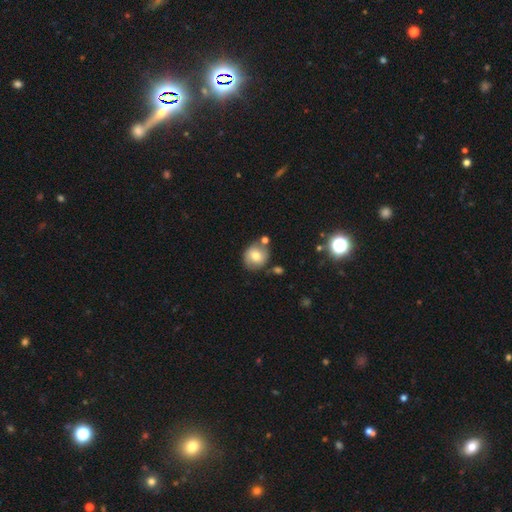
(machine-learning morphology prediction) Smooth or featured? smooth (67%)
How rounded? round (81%)
Merging? none (67%)